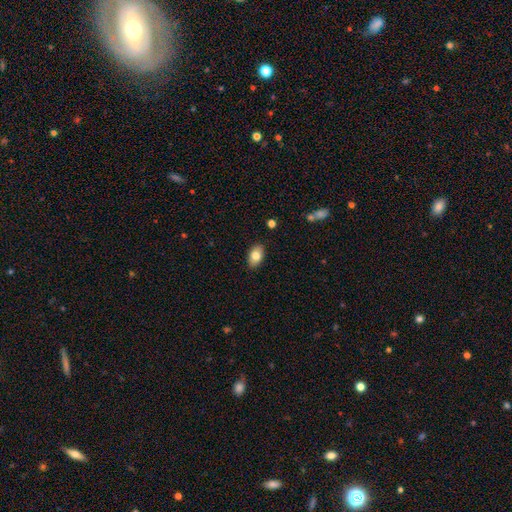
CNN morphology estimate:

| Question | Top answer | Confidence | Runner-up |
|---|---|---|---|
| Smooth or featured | smooth | 80% | featured or disk (12%) |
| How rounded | in between | 91% | round (7%) |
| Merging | none | 87% | minor disturbance (10%) |